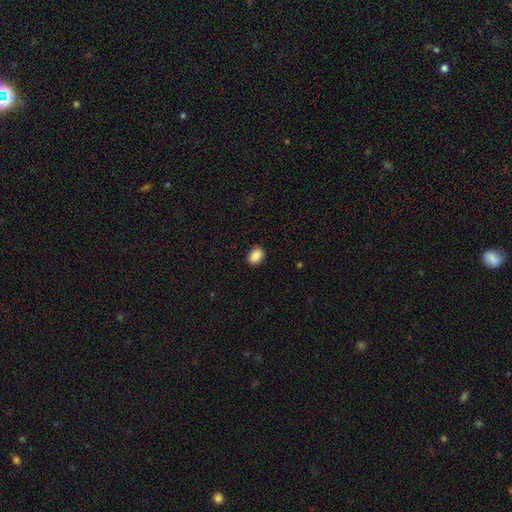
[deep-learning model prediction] Smooth or featured?
  - smooth: 88% *
  - star or artifact: 8%
  - featured or disk: 4%
How rounded?
  - in between: 65% *
  - round: 34%
  - cigar-shaped: 1%
Merging?
  - none: 90% *
  - minor disturbance: 8%
  - major disturbance: 2%
  - merger: 1%